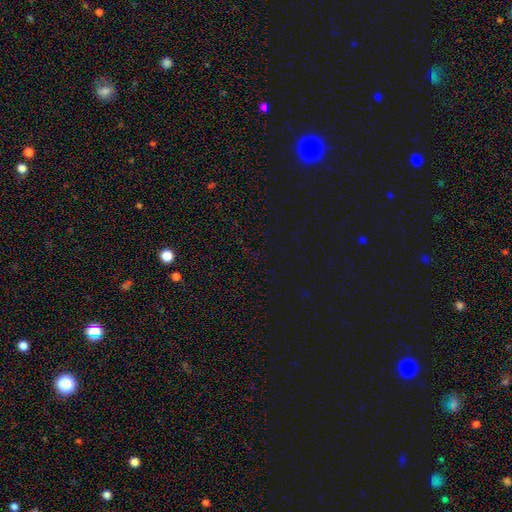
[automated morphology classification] Overall: star or artifact (75%).